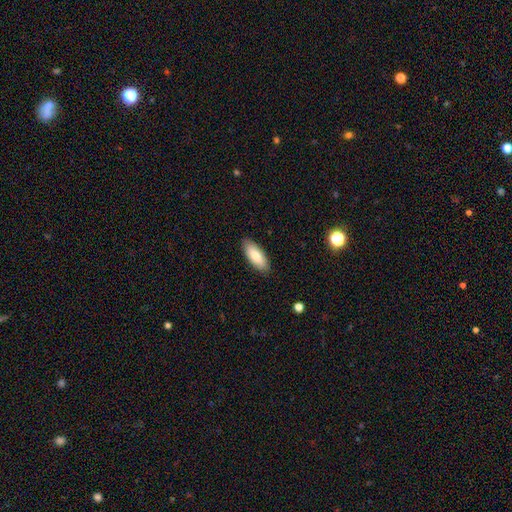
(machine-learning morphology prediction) Overall: smooth (80%). How rounded: in between (77%). Merging: none (88%).